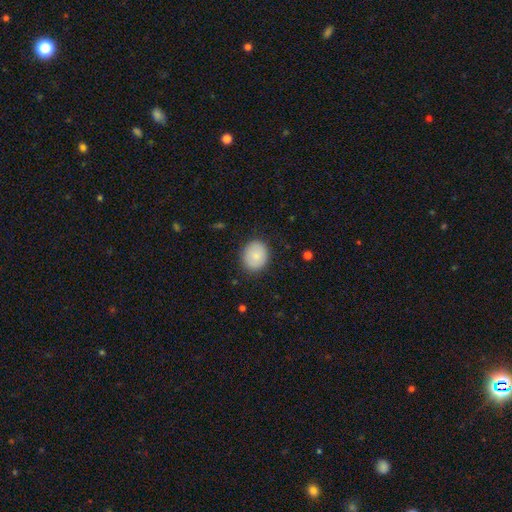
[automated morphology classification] Q: Smooth or featured?
A: smooth (83%); runner-up: featured or disk (9%)
Q: How rounded?
A: round (68%); runner-up: in between (31%)
Q: Merging?
A: none (85%); runner-up: minor disturbance (11%)